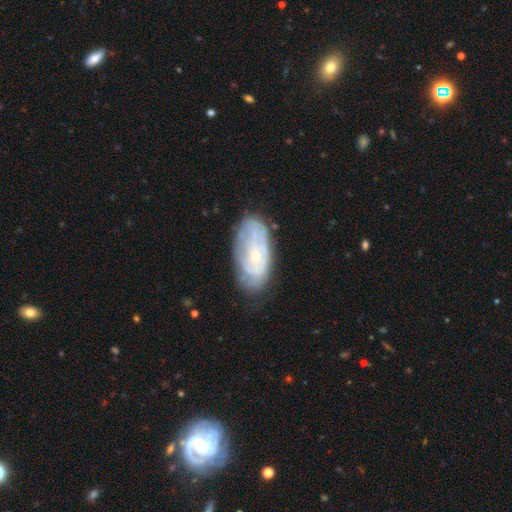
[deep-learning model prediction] smooth-or-featured: featured or disk: 69% | smooth: 24% | star or artifact: 7%
  disk-edge-on: no: 92% | yes: 8%
    bar: no: 75% | weak: 21% | strong: 4%
    has-spiral-arms: yes: 76% | no: 24%
    bulge-size: small: 72% | moderate: 24% | none: 2% | large: 1% | dominant: 1%
  merging: none: 70% | minor disturbance: 22% | major disturbance: 7% | merger: 2%